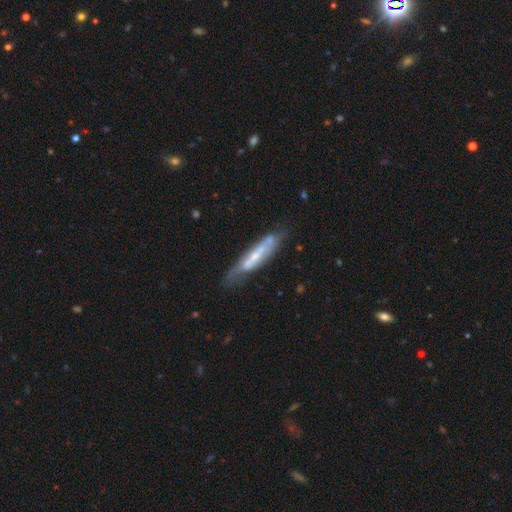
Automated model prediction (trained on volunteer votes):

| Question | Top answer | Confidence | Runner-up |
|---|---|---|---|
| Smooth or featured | featured or disk | 63% | smooth (30%) |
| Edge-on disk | yes | 56% | no (44%) |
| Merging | none | 61% | minor disturbance (23%) |